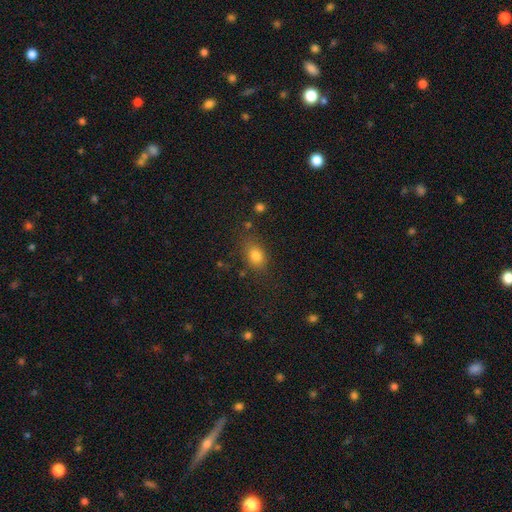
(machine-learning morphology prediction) Smooth or featured? Predicted: smooth (p=0.80). How rounded? Predicted: in between (p=0.70). Merging? Predicted: none (p=0.75).